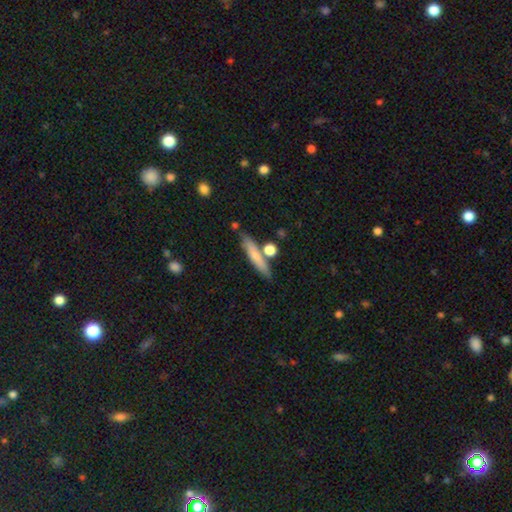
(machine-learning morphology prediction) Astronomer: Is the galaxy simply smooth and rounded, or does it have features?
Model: smooth — 71%.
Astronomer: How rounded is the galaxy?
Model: cigar-shaped — 85%.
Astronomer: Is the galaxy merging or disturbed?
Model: none — 74%.